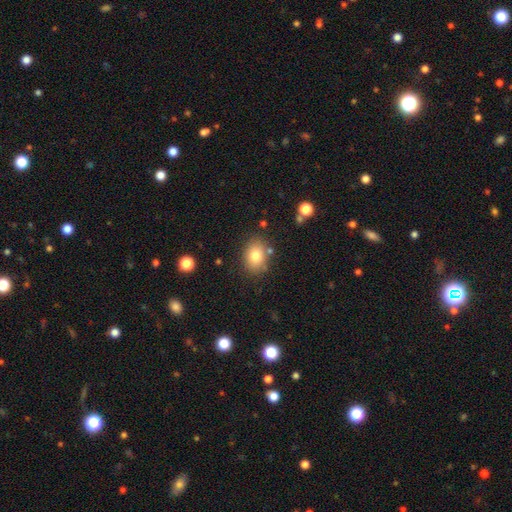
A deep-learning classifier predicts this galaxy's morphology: Overall: smooth (78%). How rounded: in between (65%; round 34%). Merging: none (79%).